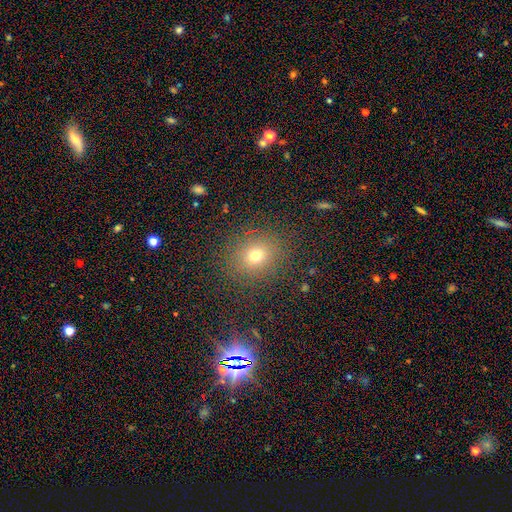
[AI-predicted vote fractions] Smooth or featured? Predicted: smooth (p=0.71). How rounded? Predicted: round (p=0.75). Merging? Predicted: none (p=0.86).